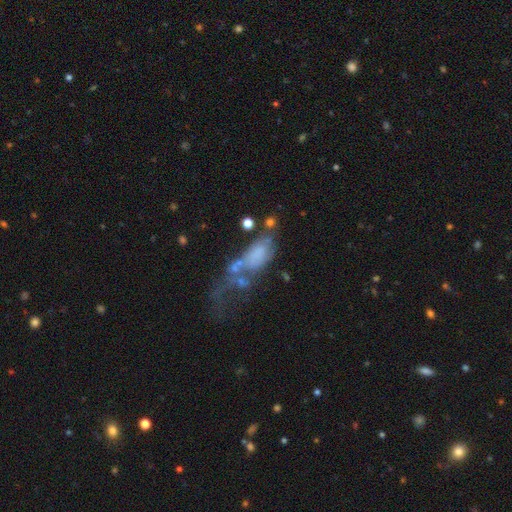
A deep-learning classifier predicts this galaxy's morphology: Smooth or featured? featured or disk (44%)
Merging? major disturbance (44%)